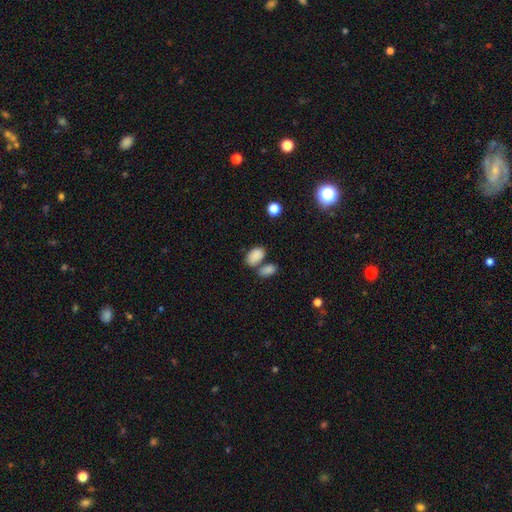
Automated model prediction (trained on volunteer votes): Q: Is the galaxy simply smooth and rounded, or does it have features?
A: smooth — 85%.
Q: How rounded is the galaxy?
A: in between — 92%.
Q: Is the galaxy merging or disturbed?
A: none — 46%.